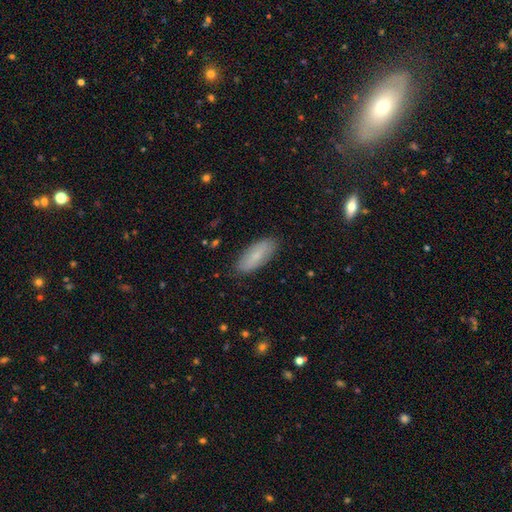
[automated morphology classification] A smooth galaxy with no disk features (74%) that is in between round and cigar-shaped (75%).

Vote fractions:
- Smooth or featured? smooth: 74% / featured or disk: 19% / star or artifact: 7%
- How rounded? in between: 75% / cigar-shaped: 23% / round: 2%
- Merging? none: 86% / minor disturbance: 11% / major disturbance: 2% / merger: 1%